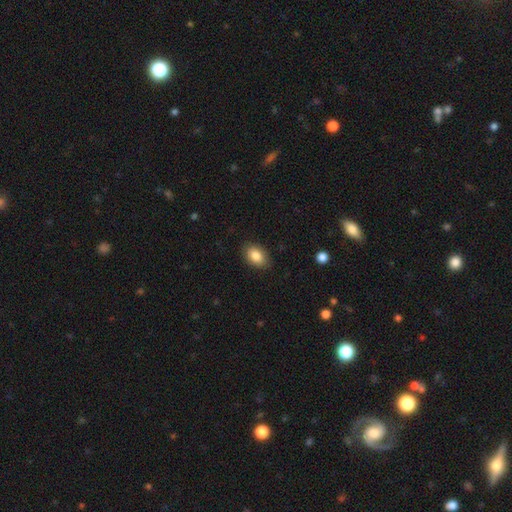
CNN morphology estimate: Q: Smooth or featured?
A: smooth (85%); runner-up: star or artifact (7%)
Q: How rounded?
A: in between (84%); runner-up: round (15%)
Q: Merging?
A: none (86%); runner-up: minor disturbance (11%)